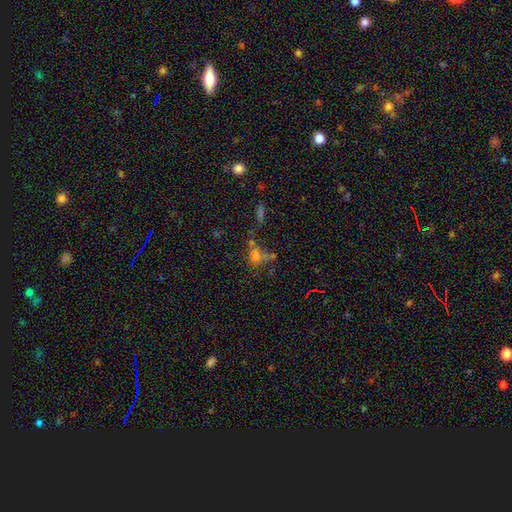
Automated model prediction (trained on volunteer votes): A smooth galaxy with no disk features (61%) that is round (60%). Merging: none (39%).